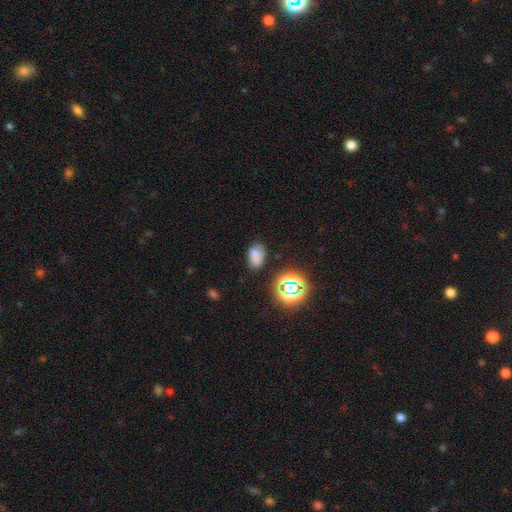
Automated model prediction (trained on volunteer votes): Smooth or featured? Predicted: smooth (p=0.69). How rounded? Predicted: in between (p=0.87). Merging? Predicted: none (p=0.69).